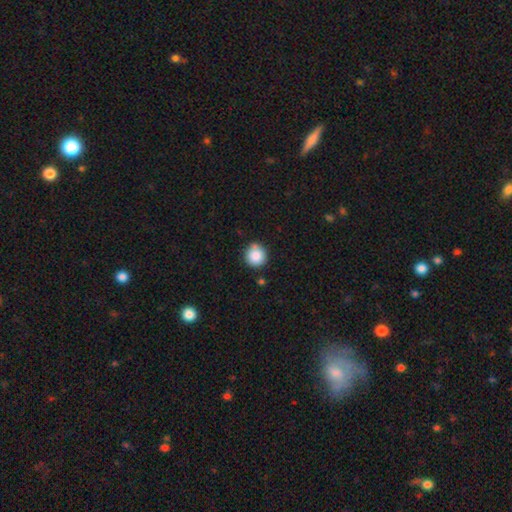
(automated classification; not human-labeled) This appears to be a smooth galaxy with no disk features (86%) that is round (93%). Merging: none (79%).